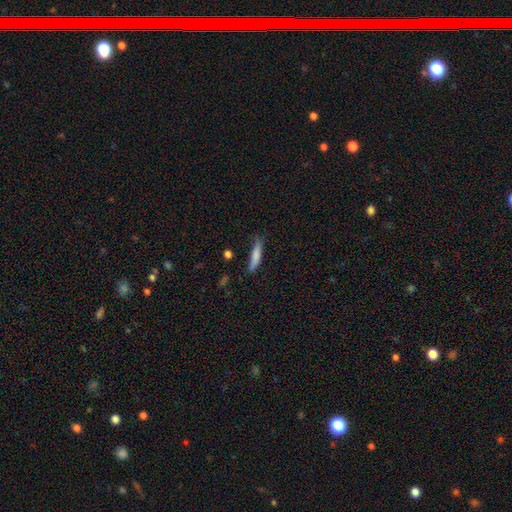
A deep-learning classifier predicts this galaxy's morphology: smooth_or_featured: smooth (p=0.79) [alt: featured or disk p=0.14]
how_rounded: cigar-shaped (p=0.85) [alt: in between p=0.14]
merging: none (p=0.67) [alt: minor disturbance p=0.24]